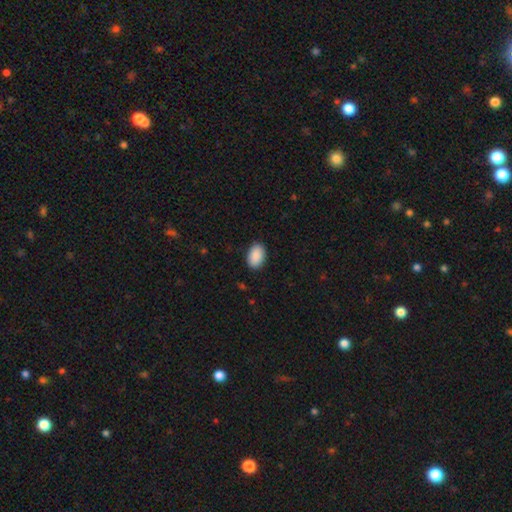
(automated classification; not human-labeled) Smooth or featured: smooth — 91% (star or artifact — 6%)
How rounded: in between — 92% (round — 7%)
Merging: none — 89% (minor disturbance — 8%)